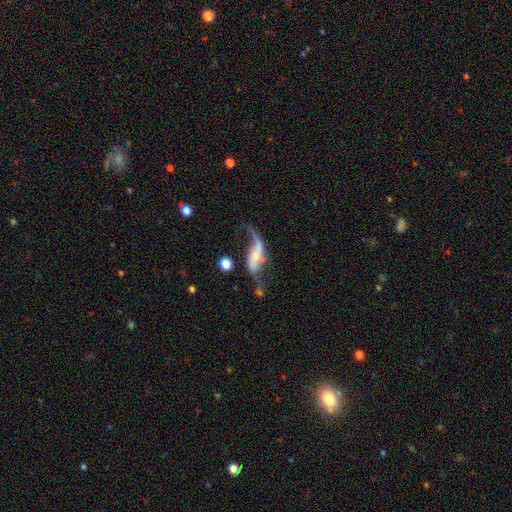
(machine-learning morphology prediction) This appears to be a featured or disk galaxy (80%) with no bar (40%), 2 (84%) loose (89%) spiral arms (90%) and a small central bulge (51%). Merging: none (41%).